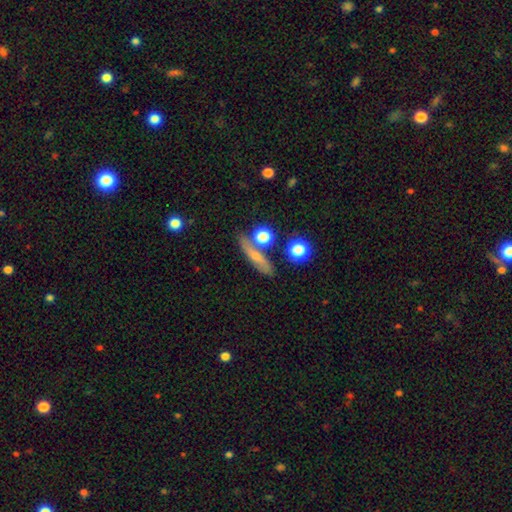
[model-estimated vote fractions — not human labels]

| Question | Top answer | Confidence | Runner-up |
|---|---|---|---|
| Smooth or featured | smooth | 58% | featured or disk (32%) |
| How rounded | cigar-shaped | 63% | in between (23%) |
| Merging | none | 69% | minor disturbance (14%) |